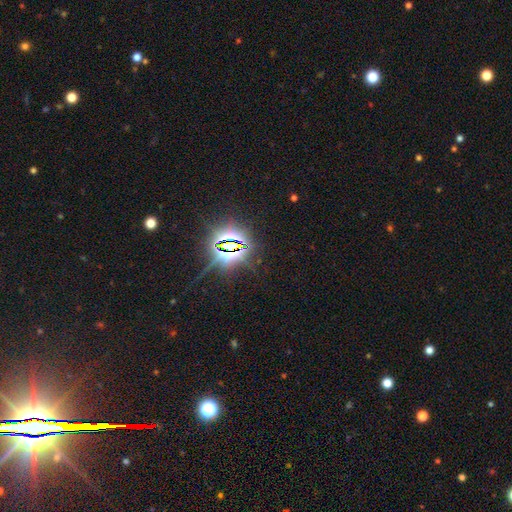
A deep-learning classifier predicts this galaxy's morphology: Smooth or featured: star or artifact — 85% (smooth — 9%)